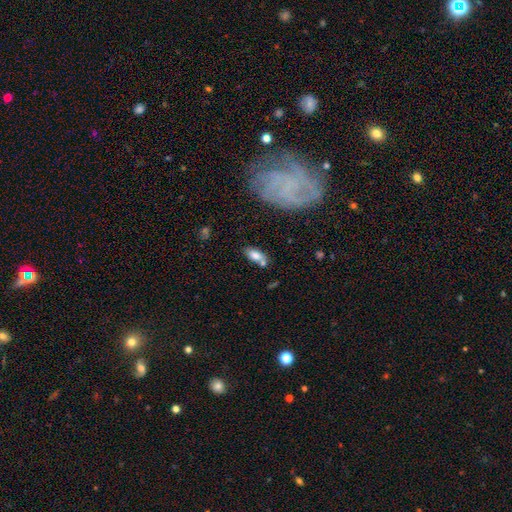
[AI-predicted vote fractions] The model was most divided on "merging": none: 54%, merger: 24%, minor disturbance: 17%, major disturbance: 6%. More confident: how rounded — in between (86%); smooth or featured — smooth (77%).